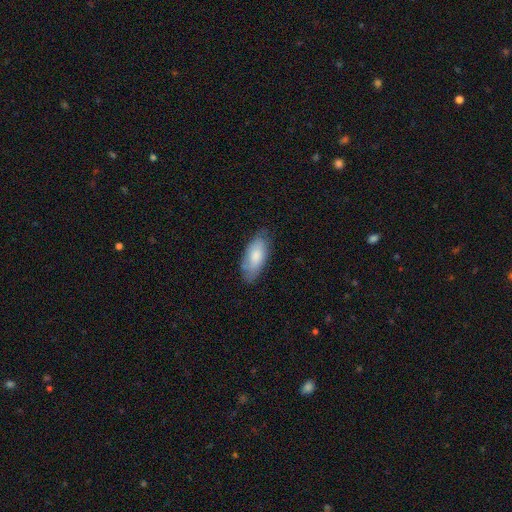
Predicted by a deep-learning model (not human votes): This is likely a smooth galaxy (78%). How rounded: clearly in between (87%). Merging: likely none (75%).